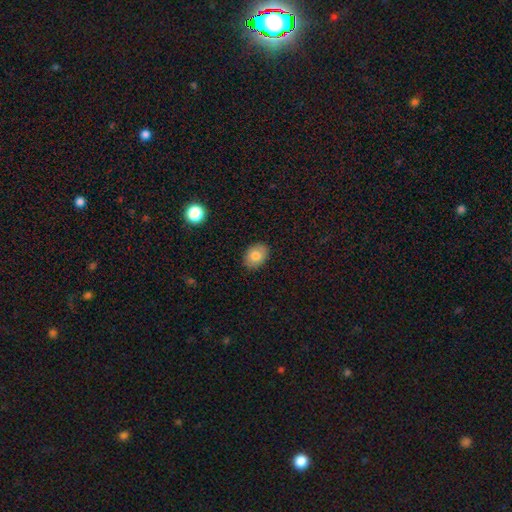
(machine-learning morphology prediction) This is likely a smooth galaxy (79%). How rounded: likely in between (71%). Merging: clearly none (88%).